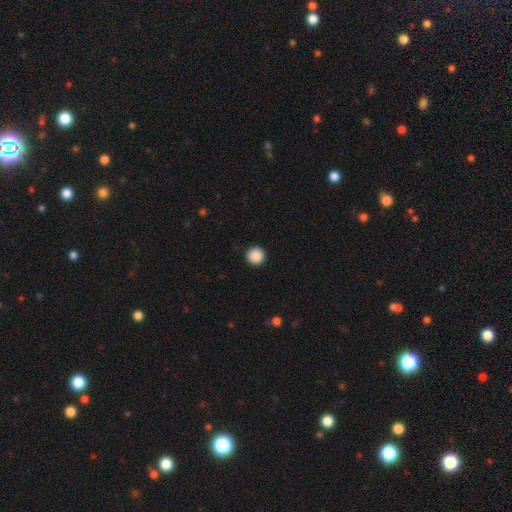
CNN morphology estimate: type=smooth (89%); roundness=round (96%); merging=none (93%).